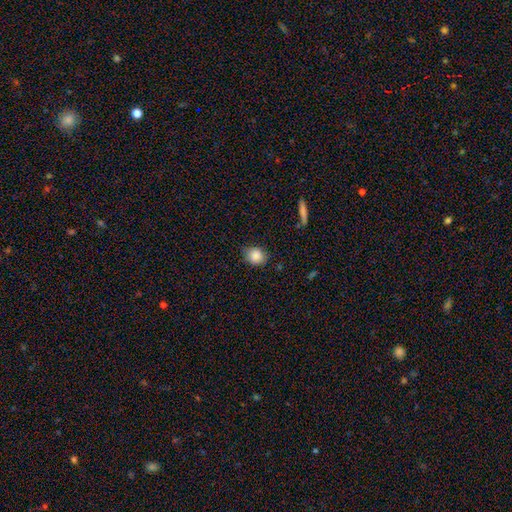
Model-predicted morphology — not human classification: type=smooth (86%); roundness=round (67%); merging=none (79%).